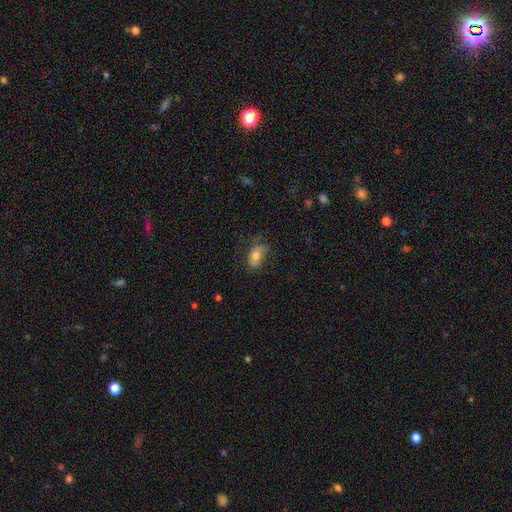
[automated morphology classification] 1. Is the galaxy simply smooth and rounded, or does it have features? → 70% smooth, 21% featured or disk, 9% star or artifact.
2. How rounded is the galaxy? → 87% in between, 8% round, 4% cigar-shaped.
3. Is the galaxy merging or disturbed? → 51% none, 30% minor disturbance, 17% major disturbance, 2% merger.